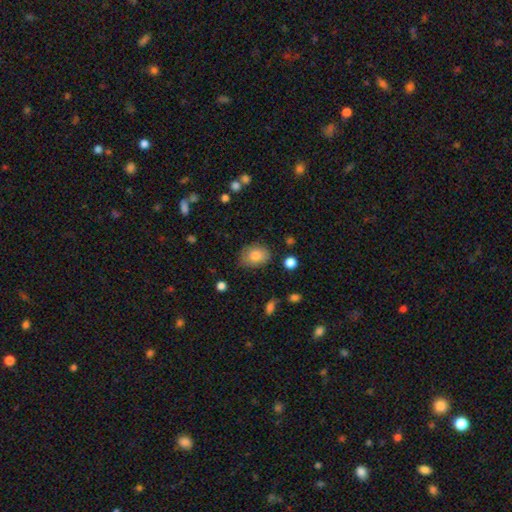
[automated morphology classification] smooth-or-featured: smooth: 83% | featured or disk: 9% | star or artifact: 8%
  how-rounded: in between: 61% | round: 38% | cigar-shaped: 1%
  merging: none: 74% | minor disturbance: 20% | major disturbance: 5% | merger: 2%